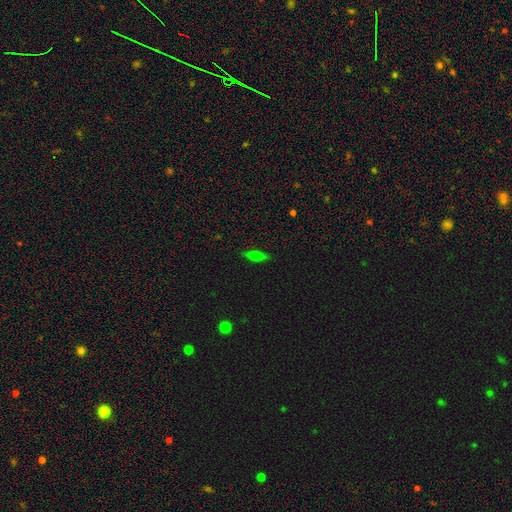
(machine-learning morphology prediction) type=smooth (56%); roundness=in between (55%); merging=none (86%).